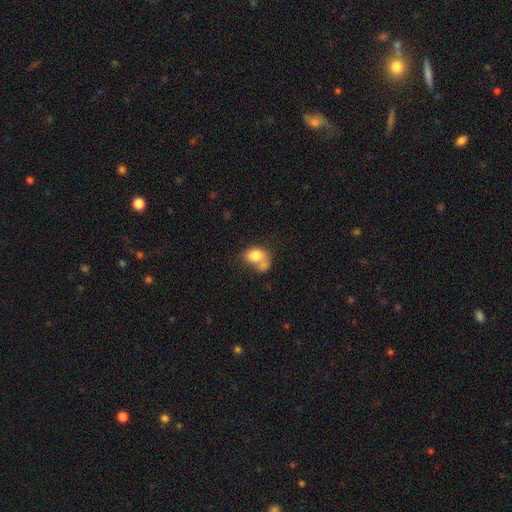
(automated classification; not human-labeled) This appears to be a smooth galaxy with no disk features (77%) that is in between round and cigar-shaped (71%). Merging: merger (48%).